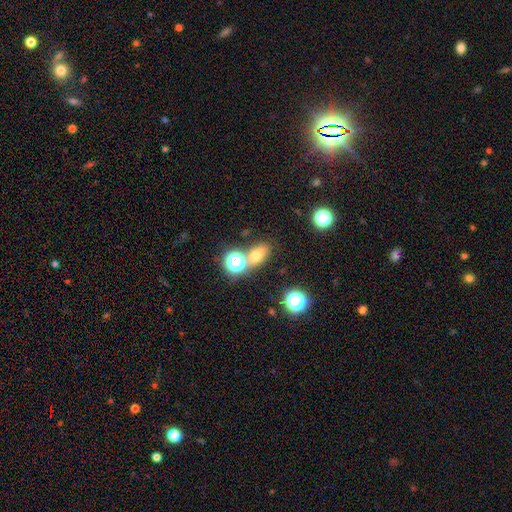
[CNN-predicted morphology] smooth-or-featured: smooth: 64% | star or artifact: 23% | featured or disk: 13%
  how-rounded: in between: 66% | round: 32% | cigar-shaped: 3%
  merging: none: 63% | merger: 22% | minor disturbance: 11% | major disturbance: 4%